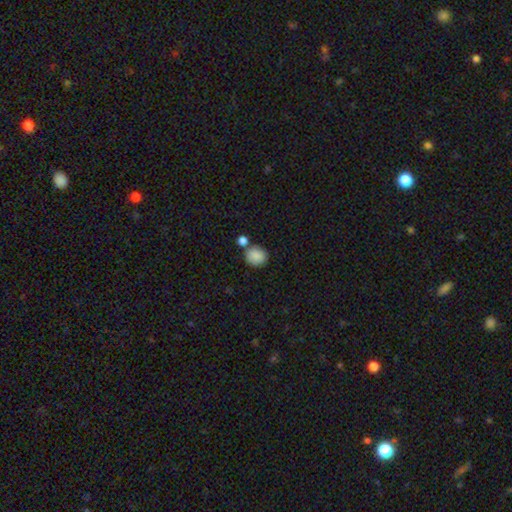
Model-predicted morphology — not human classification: Smooth or featured? smooth (88%)
How rounded? round (79%)
Merging? none (68%)